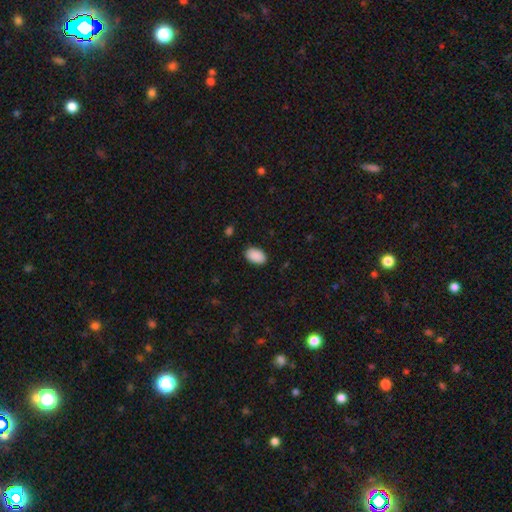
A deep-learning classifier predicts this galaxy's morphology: smooth-or-featured: smooth: 91% | star or artifact: 7% | featured or disk: 2%
  how-rounded: in between: 92% | round: 7% | cigar-shaped: 1%
  merging: none: 88% | minor disturbance: 9% | major disturbance: 2% | merger: 1%